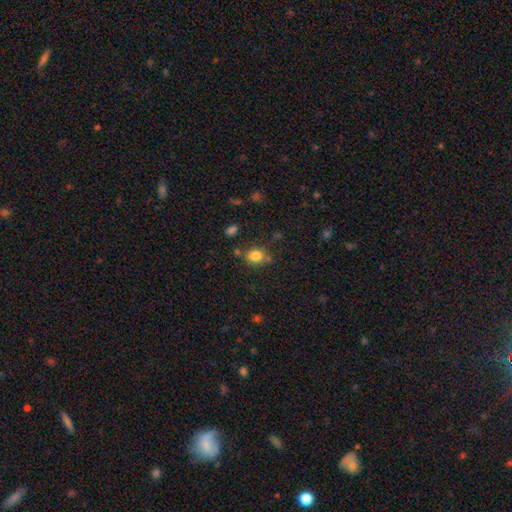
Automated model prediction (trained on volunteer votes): Smooth or featured? smooth (81%)
How rounded? round (63%)
Merging? none (71%)